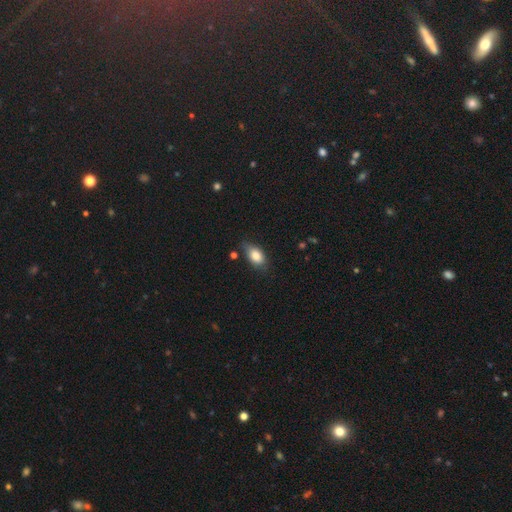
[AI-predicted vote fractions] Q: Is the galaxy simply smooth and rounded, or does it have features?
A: smooth — 82%.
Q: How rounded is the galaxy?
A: in between — 88%.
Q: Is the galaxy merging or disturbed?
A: none — 69%.